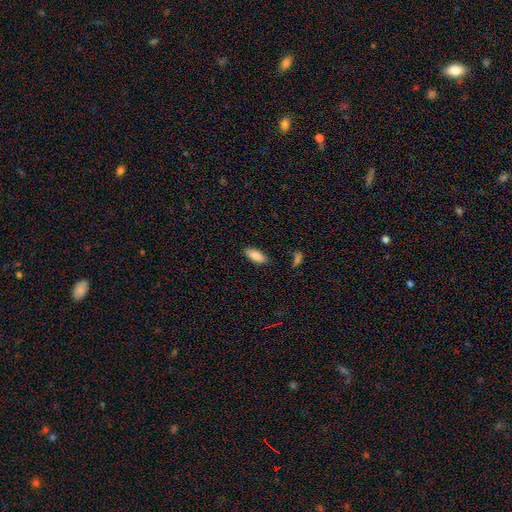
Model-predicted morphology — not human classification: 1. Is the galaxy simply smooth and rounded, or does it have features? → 85% smooth, 8% featured or disk, 7% star or artifact.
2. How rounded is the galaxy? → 85% in between, 14% cigar-shaped, 2% round.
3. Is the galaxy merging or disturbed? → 84% none, 12% minor disturbance, 2% major disturbance, 2% merger.